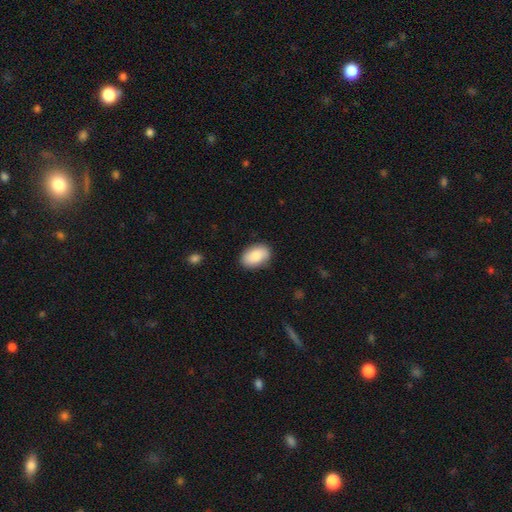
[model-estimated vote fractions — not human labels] smooth-or-featured: smooth: 84% | featured or disk: 10% | star or artifact: 6%
  how-rounded: in between: 89% | round: 10% | cigar-shaped: 1%
  merging: none: 84% | minor disturbance: 12% | major disturbance: 3% | merger: 1%